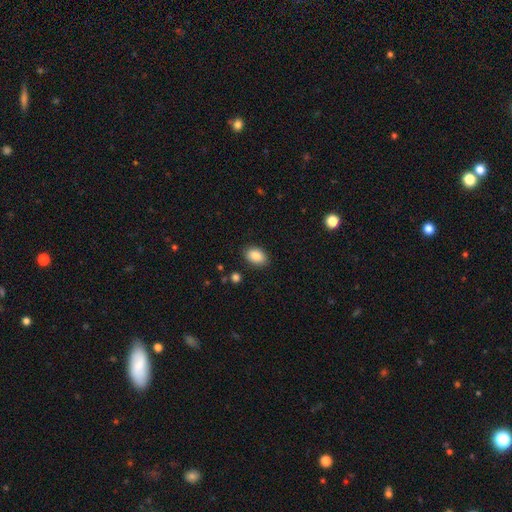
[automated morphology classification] smooth-or-featured: smooth: 87% | star or artifact: 7% | featured or disk: 6%
  how-rounded: in between: 86% | round: 13% | cigar-shaped: 1%
  merging: none: 87% | minor disturbance: 9% | major disturbance: 2% | merger: 1%